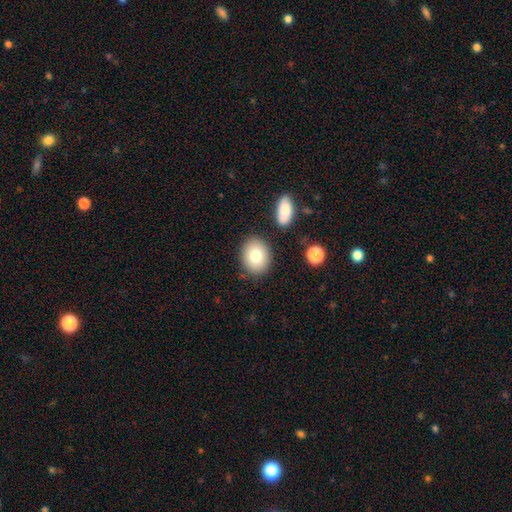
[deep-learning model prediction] Overall: smooth (79%). How rounded: in between (52%; round 47%). Merging: none (83%).